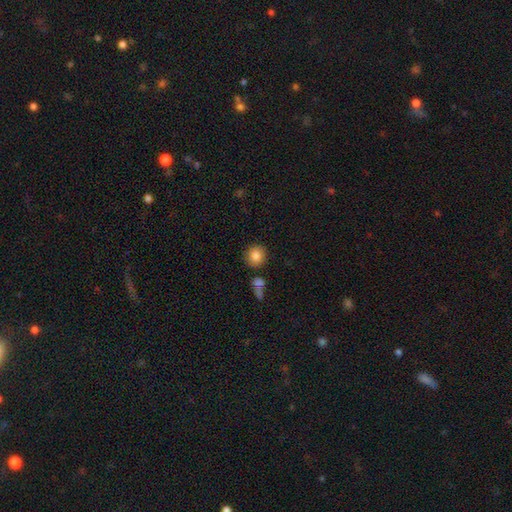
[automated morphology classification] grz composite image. It shows a smooth galaxy with no disk features (84%) that is round (87%). Merging: none (83%).